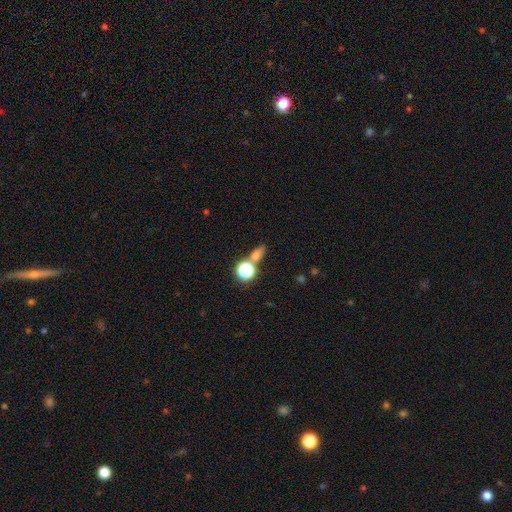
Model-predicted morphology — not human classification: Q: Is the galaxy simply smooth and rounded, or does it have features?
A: smooth — 60%.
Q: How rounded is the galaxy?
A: in between — 50%.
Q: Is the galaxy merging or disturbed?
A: none — 63%.